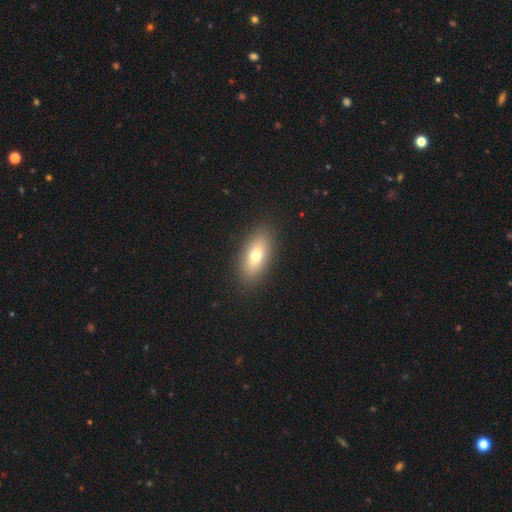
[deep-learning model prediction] The model was most divided on "smooth or featured": smooth: 69%, featured or disk: 22%, star or artifact: 9%. More confident: merging — none (89%); how rounded — in between (80%).